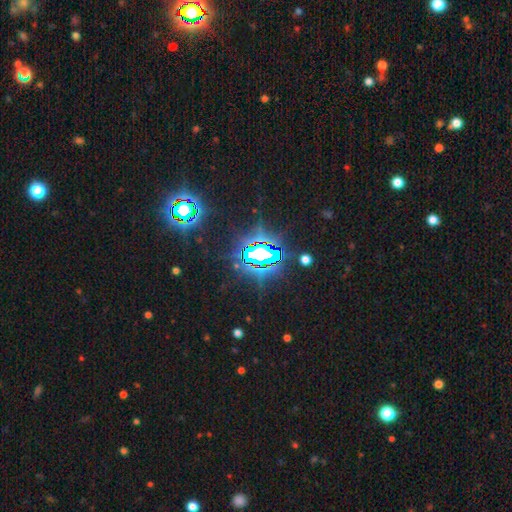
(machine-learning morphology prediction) Smooth or featured: star or artifact — 83% (smooth — 9%)